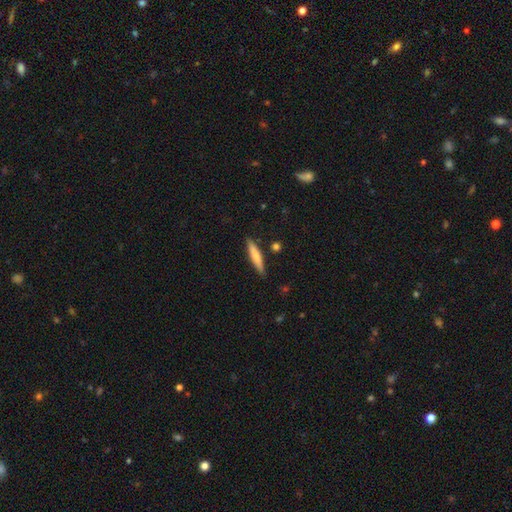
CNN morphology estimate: Overall: smooth (64%; featured or disk 30%). How rounded: cigar-shaped (90%). Merging: none (86%).